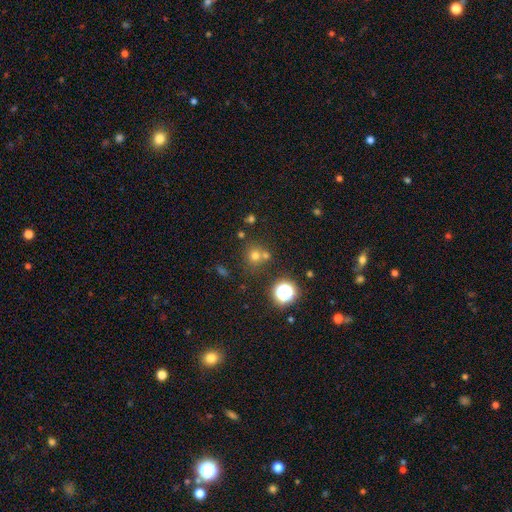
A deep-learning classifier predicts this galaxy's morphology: The model was most divided on "smooth or featured": smooth: 62%, star or artifact: 28%, featured or disk: 10%. More confident: how rounded — round (89%); merging — none (63%).